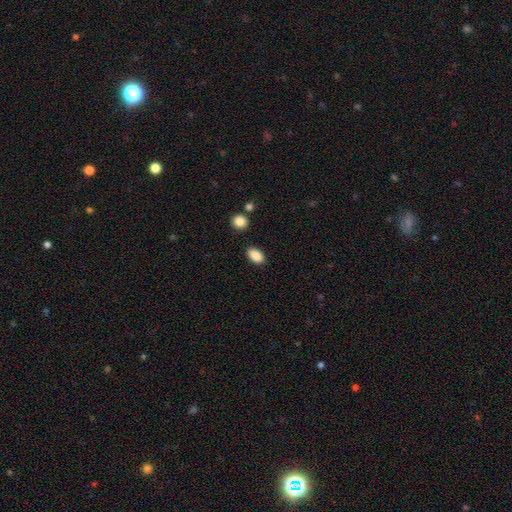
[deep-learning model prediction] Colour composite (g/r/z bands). It shows a smooth galaxy with no disk features (89%) that is in between round and cigar-shaped (88%). Merging: none (86%).